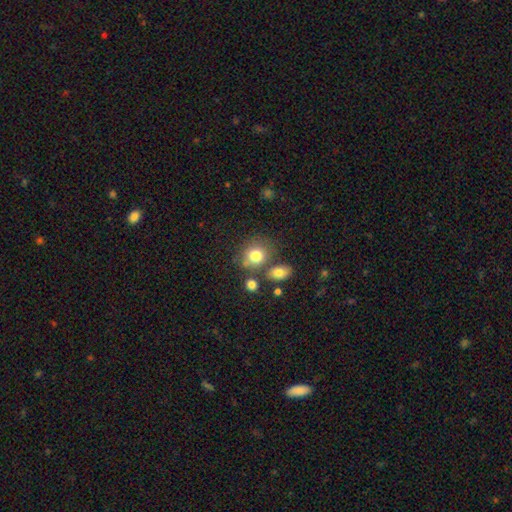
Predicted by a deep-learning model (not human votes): The model was most divided on "how rounded": round: 70%, in between: 29%, cigar-shaped: 1%. More confident: smooth or featured — smooth (79%); merging — none (60%).